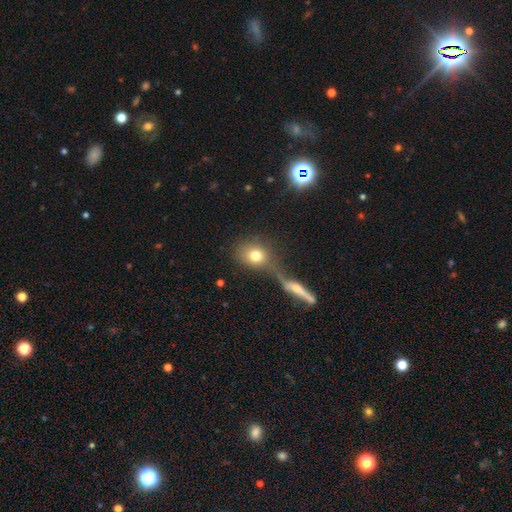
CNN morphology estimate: A smooth galaxy with no disk features (74%) that is round (67%). Merging: none (47%).